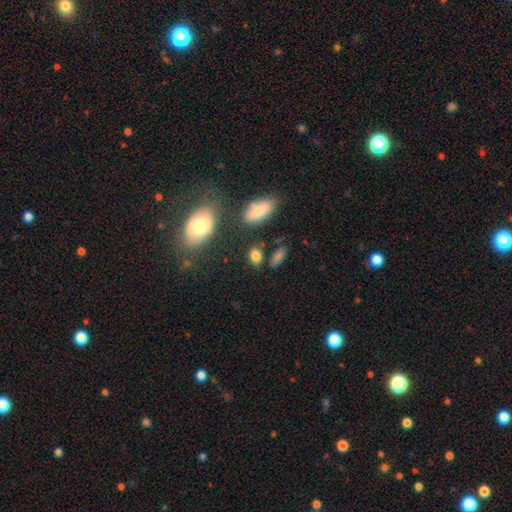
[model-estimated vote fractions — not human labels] Q: Smooth or featured?
A: smooth (80%); runner-up: star or artifact (11%)
Q: How rounded?
A: in between (79%); runner-up: round (17%)
Q: Merging?
A: none (75%); runner-up: minor disturbance (13%)